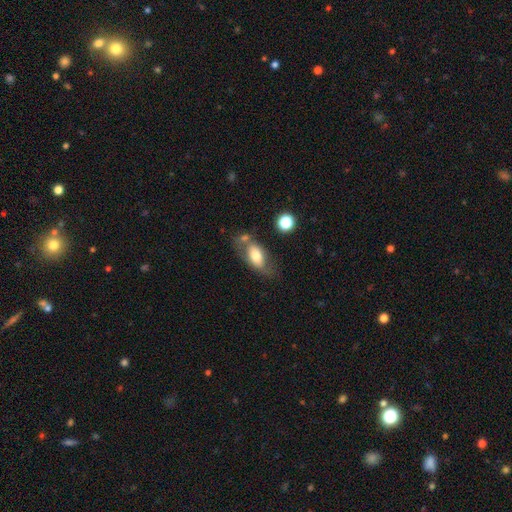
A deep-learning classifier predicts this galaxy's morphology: Smooth or featured? smooth (64%)
How rounded? in between (85%)
Merging? none (49%)